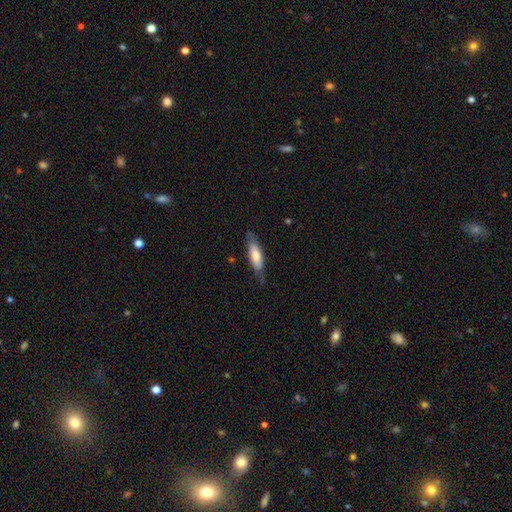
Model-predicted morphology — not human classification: A smooth galaxy with no disk features (66%) that is cigar-shaped (59%). Merging: none (75%).